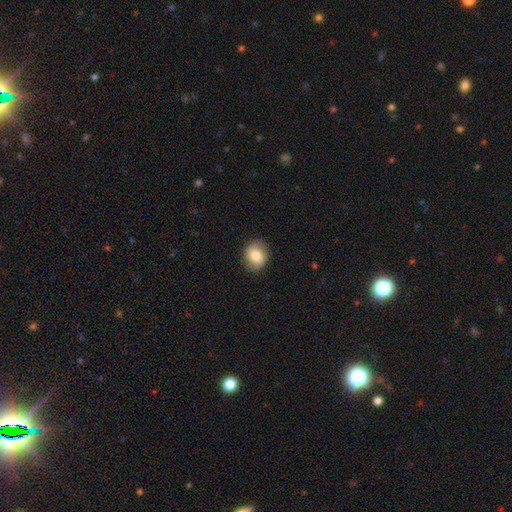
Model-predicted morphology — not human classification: smooth 73%, featured or disk 19%, star or artifact 8%. Down the decision tree: how rounded — round (67%); merging — none (86%).